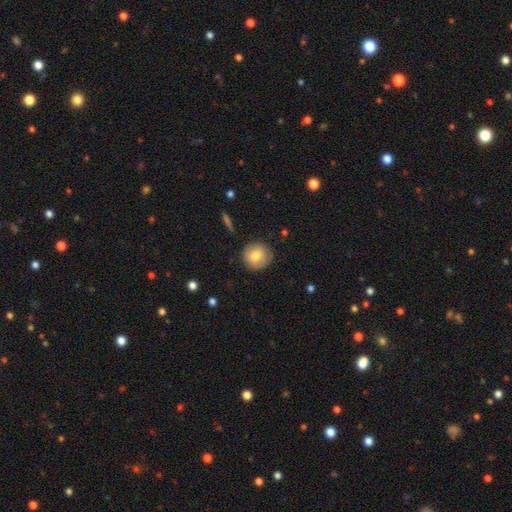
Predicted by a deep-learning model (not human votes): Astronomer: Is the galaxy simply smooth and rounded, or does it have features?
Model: smooth — 70%.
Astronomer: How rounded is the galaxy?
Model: round — 91%.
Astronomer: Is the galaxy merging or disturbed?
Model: none — 82%.